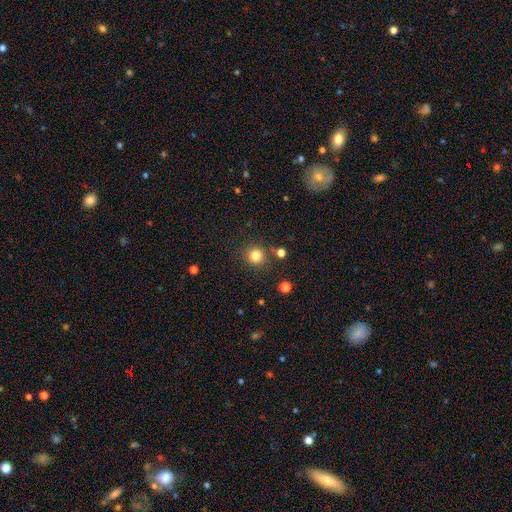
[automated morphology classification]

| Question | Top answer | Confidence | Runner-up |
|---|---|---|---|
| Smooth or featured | smooth | 82% | star or artifact (13%) |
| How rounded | round | 93% | in between (6%) |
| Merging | none | 84% | minor disturbance (8%) |